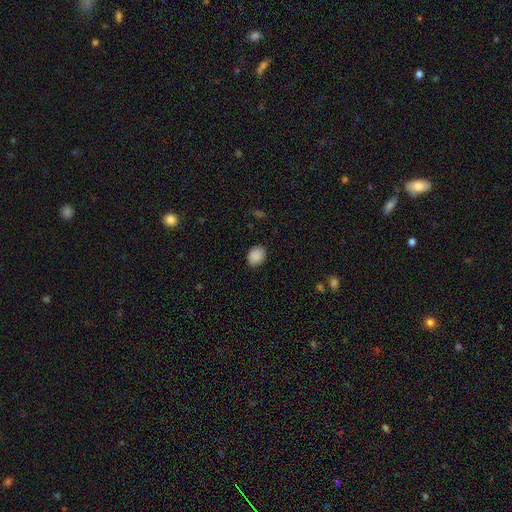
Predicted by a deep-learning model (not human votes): This is clearly a smooth galaxy (89%). How rounded: possibly in between (56%). Merging: clearly none (83%).